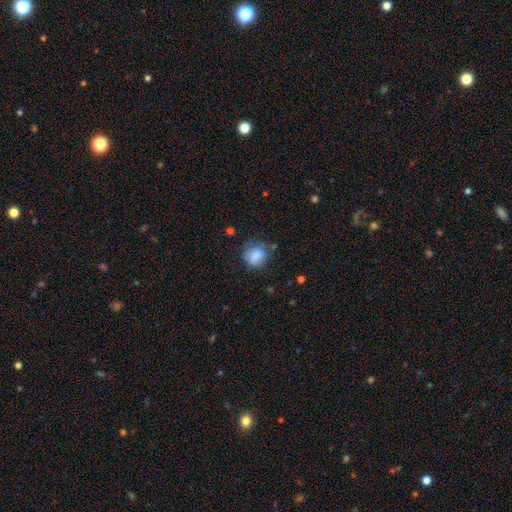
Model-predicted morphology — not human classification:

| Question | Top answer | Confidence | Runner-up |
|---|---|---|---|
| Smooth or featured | smooth | 75% | featured or disk (15%) |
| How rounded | round | 70% | in between (29%) |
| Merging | none | 51% | minor disturbance (29%) |